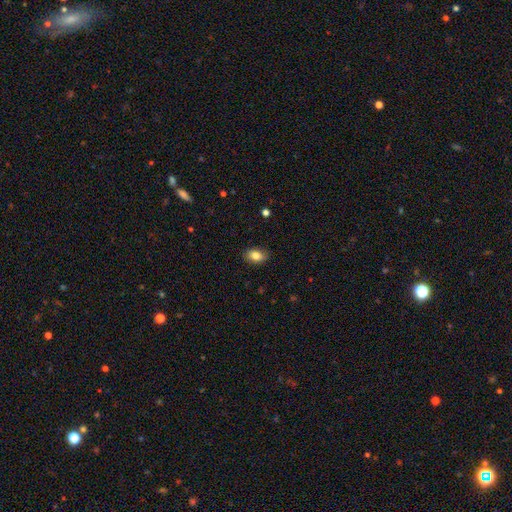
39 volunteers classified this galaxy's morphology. smooth-or-featured: smooth: 85% | featured or disk: 13% | star or artifact: 3%
  how-rounded: in between: 91% | round: 9% | cigar-shaped: 0%
  merging: none: 92% | minor disturbance: 5% | major disturbance: 3% | merger: 0%